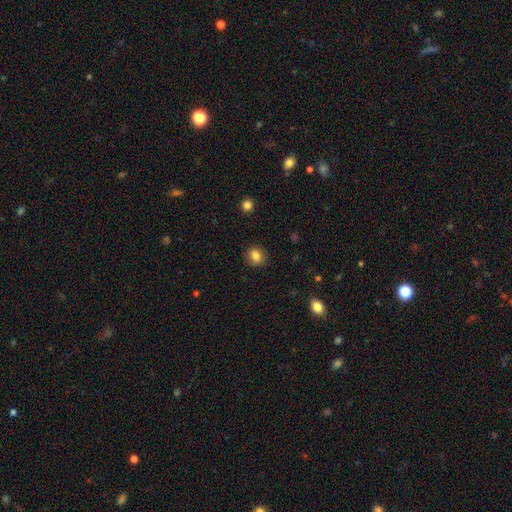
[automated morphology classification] This is clearly a smooth galaxy (83%). How rounded: likely round (74%). Merging: clearly none (88%).